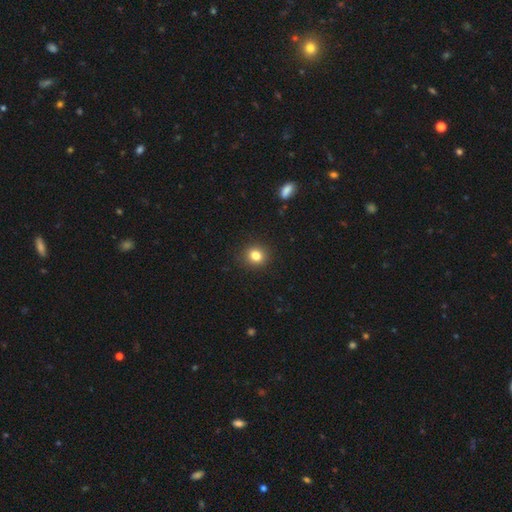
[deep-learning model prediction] This is clearly a smooth galaxy (82%). How rounded: clearly round (82%). Merging: clearly none (91%).